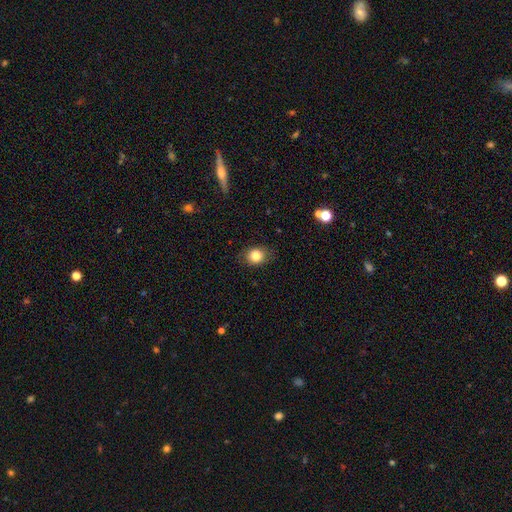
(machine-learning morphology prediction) smooth_or_featured: smooth (p=0.84) [alt: star or artifact p=0.10]
how_rounded: round (p=0.61) [alt: in between p=0.38]
merging: none (p=0.83) [alt: minor disturbance p=0.13]